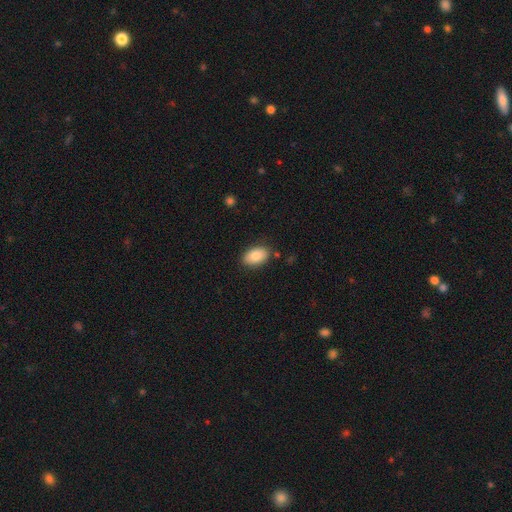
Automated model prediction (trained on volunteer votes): This is clearly a smooth galaxy (83%). How rounded: clearly in between (91%). Merging: clearly none (84%).